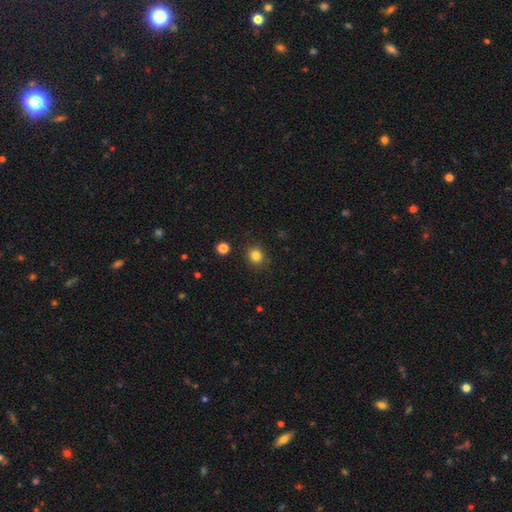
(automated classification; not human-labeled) smooth-or-featured: smooth: 83% | star or artifact: 12% | featured or disk: 5%
  how-rounded: round: 85% | in between: 14% | cigar-shaped: 1%
  merging: none: 88% | minor disturbance: 8% | major disturbance: 2% | merger: 2%